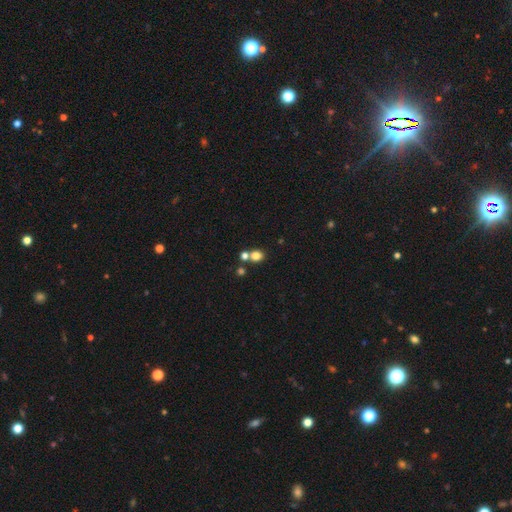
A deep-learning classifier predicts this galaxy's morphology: type=smooth (78%); roundness=round (73%); merging=none (55%).